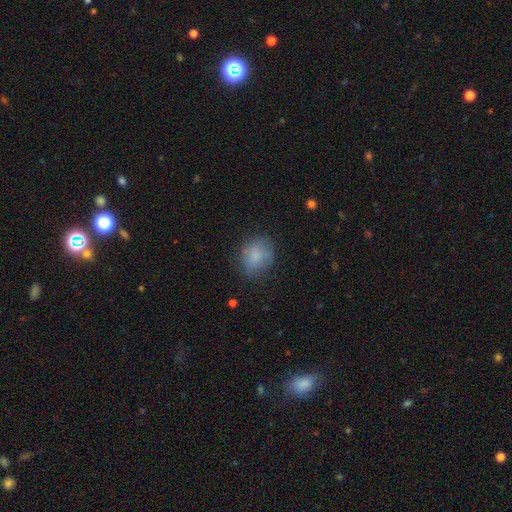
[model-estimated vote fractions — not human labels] This appears to be a smooth galaxy with no disk features (79%) that is round (63%). Merging: none (68%).